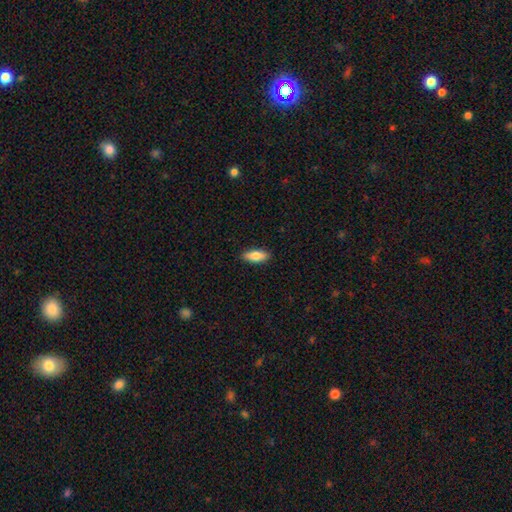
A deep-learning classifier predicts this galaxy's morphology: A smooth galaxy with no disk features (80%) that is in between round and cigar-shaped (74%). Merging: none (90%).